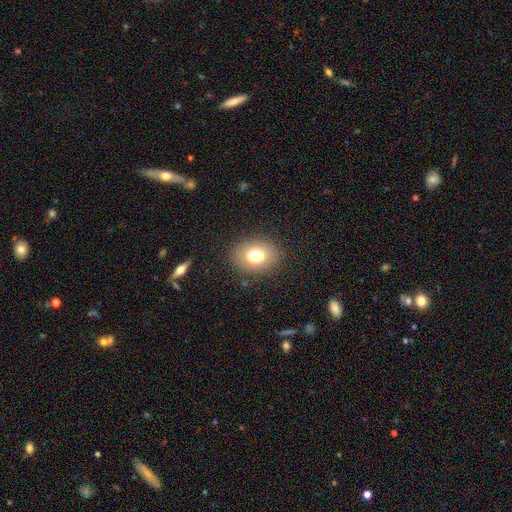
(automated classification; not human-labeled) smooth-or-featured: smooth: 76% | featured or disk: 14% | star or artifact: 10%
  how-rounded: in between: 62% | round: 37% | cigar-shaped: 1%
  merging: none: 86% | minor disturbance: 10% | major disturbance: 4% | merger: 1%